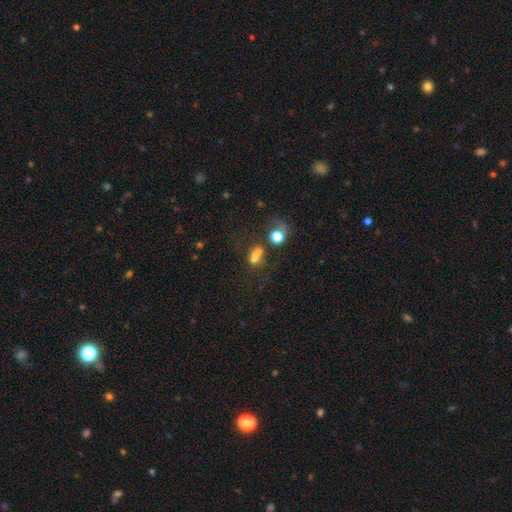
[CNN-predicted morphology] Overall: smooth (62%; star or artifact 23%). How rounded: in between (49%; round 44%). Merging: none (38%; merger 36%).